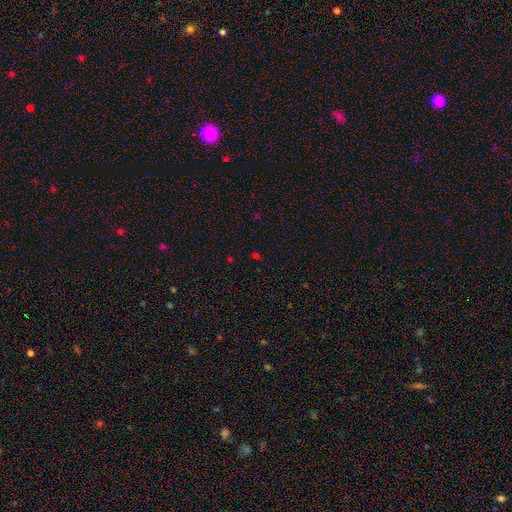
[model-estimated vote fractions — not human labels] Smooth or featured? star or artifact (55%)